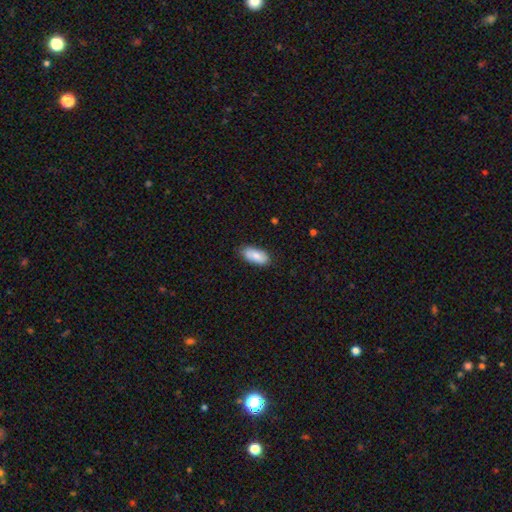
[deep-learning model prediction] Overall: smooth (81%). How rounded: in between (89%). Merging: none (82%).